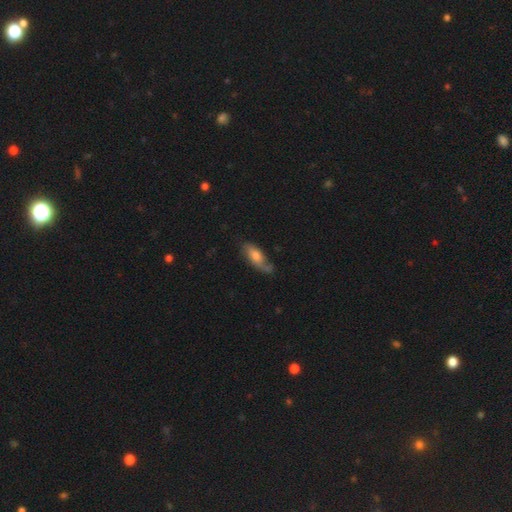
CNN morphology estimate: Overall: smooth (53%; featured or disk 41%). How rounded: in between (75%). Merging: none (57%; minor disturbance 28%).